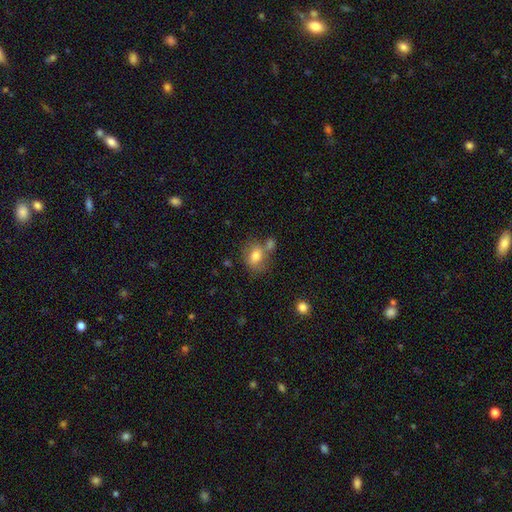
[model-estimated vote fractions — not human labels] smooth-or-featured: smooth: 76% | featured or disk: 15% | star or artifact: 9%
  how-rounded: in between: 57% | round: 41% | cigar-shaped: 1%
  merging: none: 52% | merger: 24% | minor disturbance: 18% | major disturbance: 7%